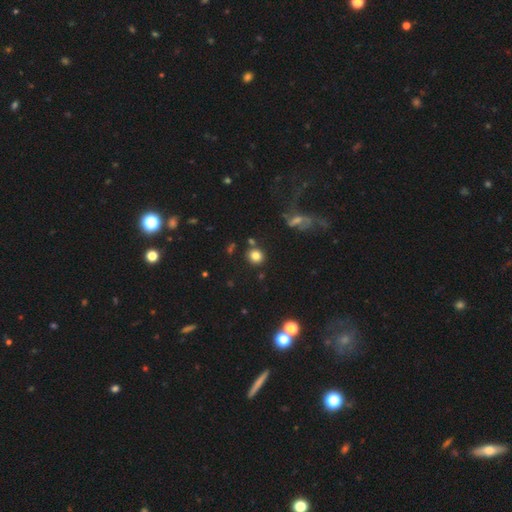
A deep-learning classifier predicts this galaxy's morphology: smooth-or-featured: smooth: 80% | star or artifact: 13% | featured or disk: 7%
  how-rounded: round: 87% | in between: 12% | cigar-shaped: 1%
  merging: none: 83% | minor disturbance: 8% | merger: 6% | major disturbance: 3%